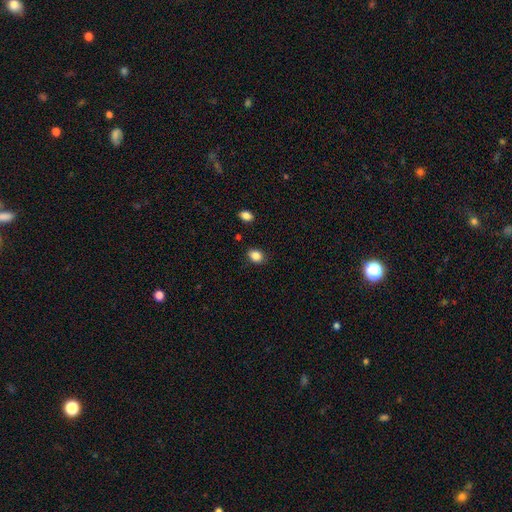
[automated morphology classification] Smooth or featured? smooth (86%)
How rounded? in between (63%)
Merging? none (85%)